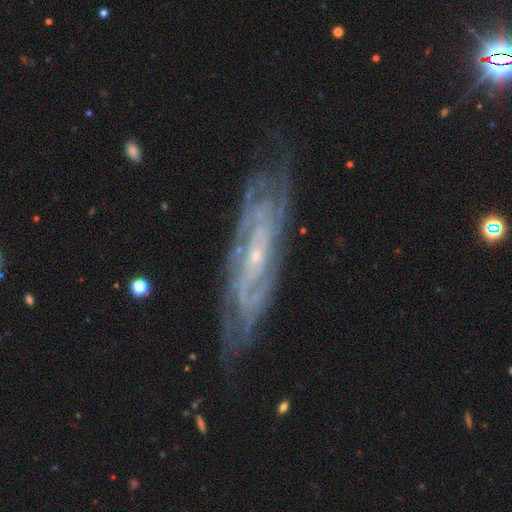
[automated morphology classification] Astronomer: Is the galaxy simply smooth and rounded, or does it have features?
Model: featured or disk — 86%.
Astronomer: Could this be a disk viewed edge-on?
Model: no — 83%.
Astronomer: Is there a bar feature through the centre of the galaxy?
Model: no — 42% (runner-up: weak, 38%).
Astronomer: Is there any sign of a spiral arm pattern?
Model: yes — 95%.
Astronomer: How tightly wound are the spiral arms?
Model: tight — 64%.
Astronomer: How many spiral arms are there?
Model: can't tell — 40% (runner-up: 2, 25%).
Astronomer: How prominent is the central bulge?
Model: small — 81%.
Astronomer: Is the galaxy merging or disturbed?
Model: none — 77%.